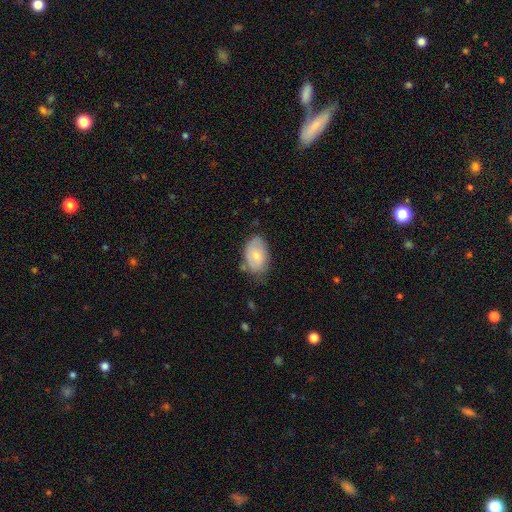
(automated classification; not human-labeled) smooth-or-featured: smooth: 68% | featured or disk: 26% | star or artifact: 7%
  how-rounded: in between: 89% | round: 10% | cigar-shaped: 1%
  merging: none: 62% | minor disturbance: 29% | major disturbance: 7% | merger: 3%